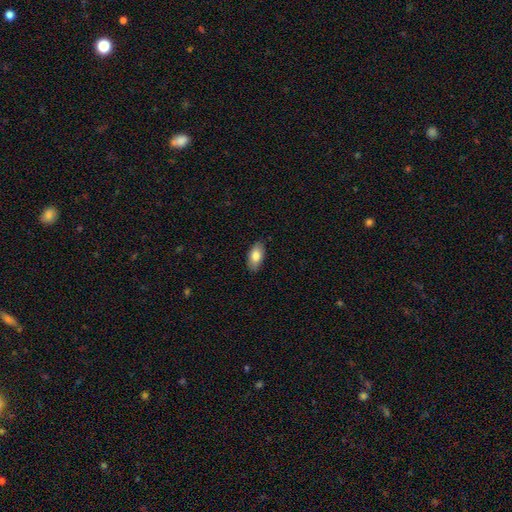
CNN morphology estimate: smooth 82%, featured or disk 12%, star or artifact 7%. Down the decision tree: how rounded — in between (91%); merging — none (86%).